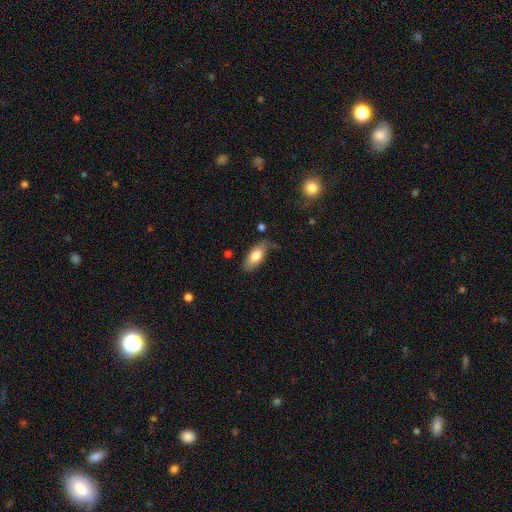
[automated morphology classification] Smooth or featured?
  - smooth: 75% *
  - featured or disk: 19%
  - star or artifact: 6%
How rounded?
  - in between: 86% *
  - cigar-shaped: 12%
  - round: 2%
Merging?
  - none: 63% *
  - minor disturbance: 27%
  - major disturbance: 7%
  - merger: 3%